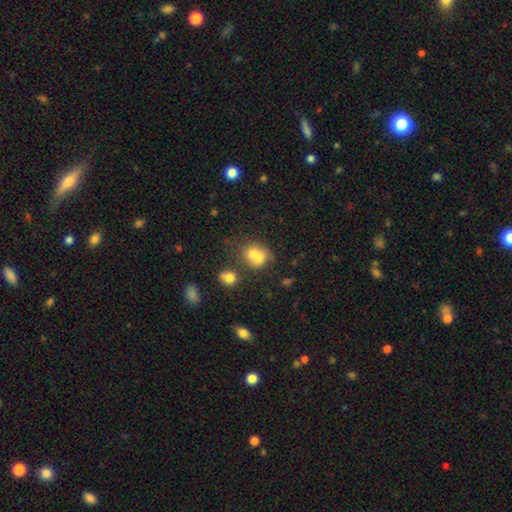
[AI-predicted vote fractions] Smooth or featured: smooth — 68% (featured or disk — 20%)
How rounded: round — 68% (in between — 31%)
Merging: merger — 61% (none — 28%)